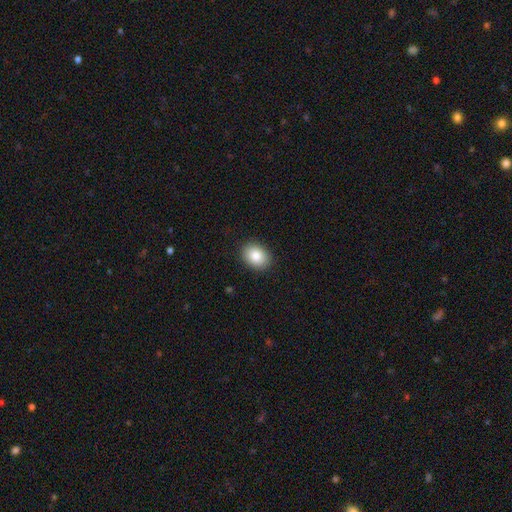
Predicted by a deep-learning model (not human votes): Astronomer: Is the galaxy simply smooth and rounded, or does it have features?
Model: smooth — 86%.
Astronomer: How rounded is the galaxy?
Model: in between — 65%.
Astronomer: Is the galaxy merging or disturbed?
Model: none — 90%.